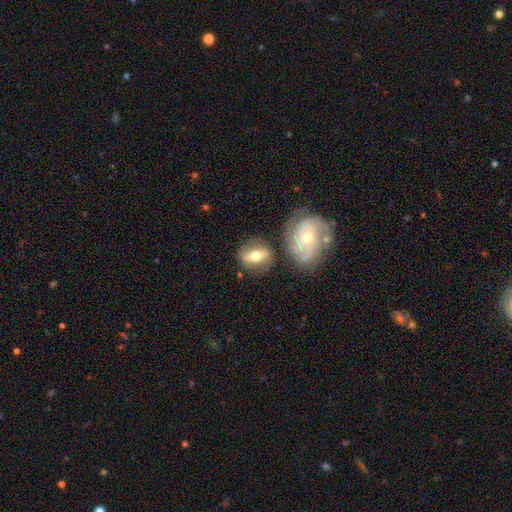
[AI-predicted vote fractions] This appears to be a featured or disk galaxy (57%). Merging: none (72%).